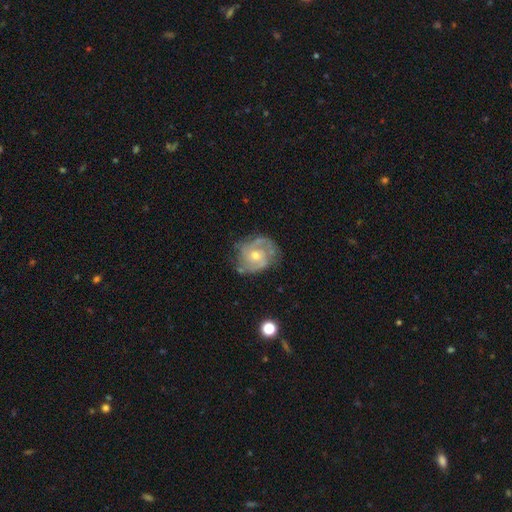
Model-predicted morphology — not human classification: smooth_or_featured: featured or disk (p=0.79) [alt: smooth p=0.14]
disk_edge_on: no (p=0.97) [alt: yes p=0.03]
bar: no (p=0.67) [alt: weak p=0.28]
has_spiral_arms: yes (p=0.89) [alt: no p=0.11]
spiral_winding: tight (p=0.45) [alt: medium p=0.42]
spiral_arm_count: 2 (p=0.50) [alt: can't tell p=0.23]
bulge_size: moderate (p=0.55) [alt: small p=0.41]
merging: none (p=0.66) [alt: minor disturbance p=0.23]